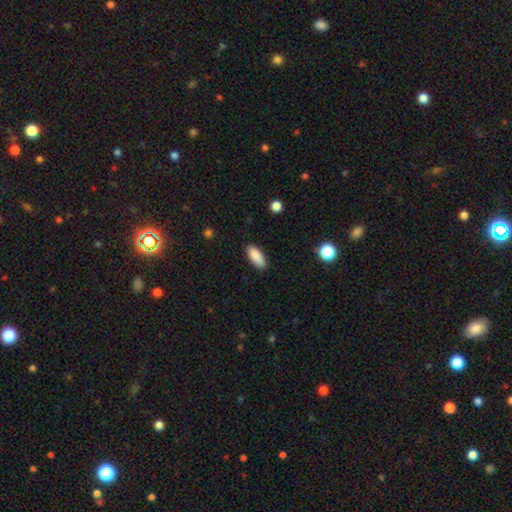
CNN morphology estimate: smooth 88%, star or artifact 7%, featured or disk 5%. Down the decision tree: how rounded — in between (80%); merging — none (87%).